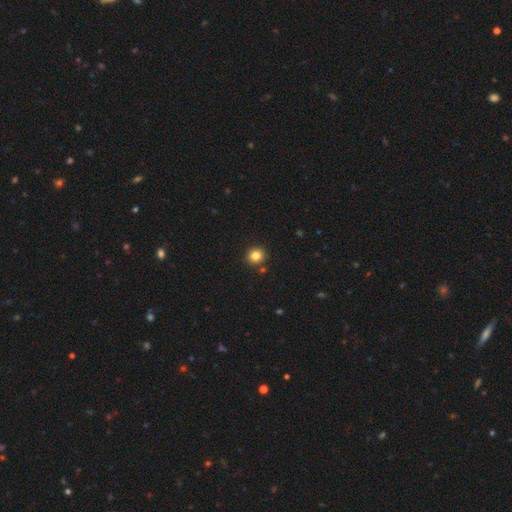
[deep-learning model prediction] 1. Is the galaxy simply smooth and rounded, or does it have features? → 82% smooth, 12% star or artifact, 5% featured or disk.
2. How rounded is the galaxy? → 89% round, 10% in between, 1% cigar-shaped.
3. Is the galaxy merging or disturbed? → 89% none, 6% minor disturbance, 3% merger, 2% major disturbance.